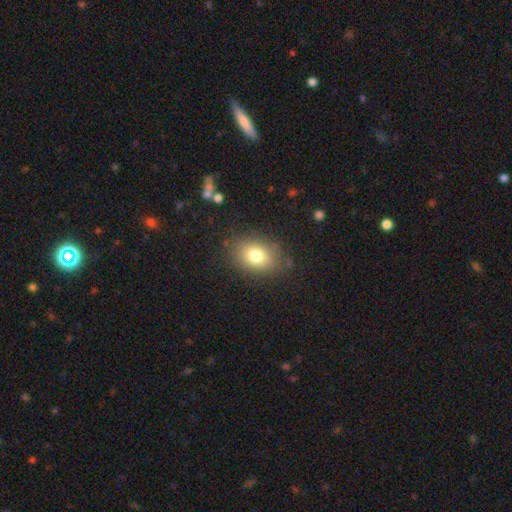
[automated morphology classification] Smooth or featured?
  - smooth: 77% *
  - featured or disk: 11%
  - star or artifact: 11%
How rounded?
  - in between: 65% *
  - round: 34%
  - cigar-shaped: 1%
Merging?
  - none: 83% *
  - minor disturbance: 12%
  - major disturbance: 4%
  - merger: 2%